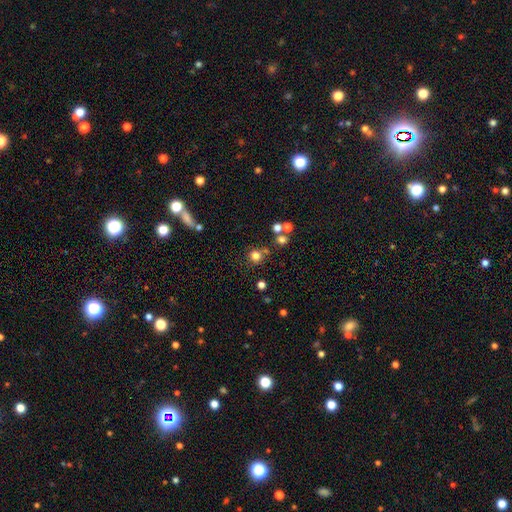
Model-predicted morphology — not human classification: This appears to be a smooth galaxy with no disk features (75%) that is round (92%). Merging: none (72%).